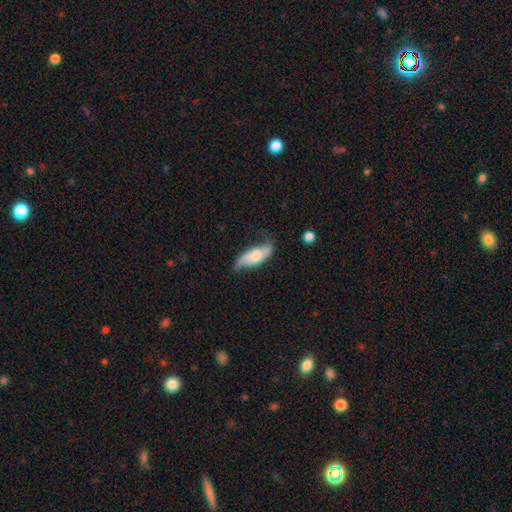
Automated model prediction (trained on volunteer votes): A featured or disk galaxy (58%). Merging: none (55%).